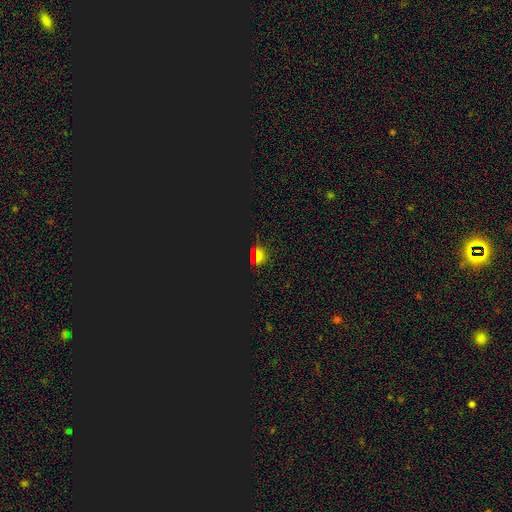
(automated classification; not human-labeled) Smooth or featured?
  - star or artifact: 64% *
  - smooth: 29%
  - featured or disk: 8%